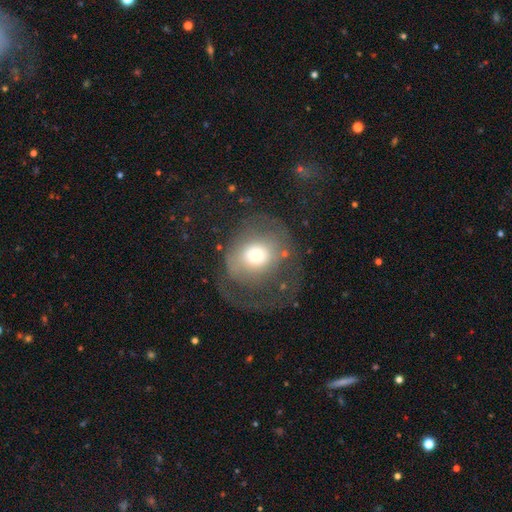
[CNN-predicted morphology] Q: Smooth or featured?
A: smooth (46%); runner-up: featured or disk (45%)
Q: Merging?
A: major disturbance (47%); runner-up: none (35%)